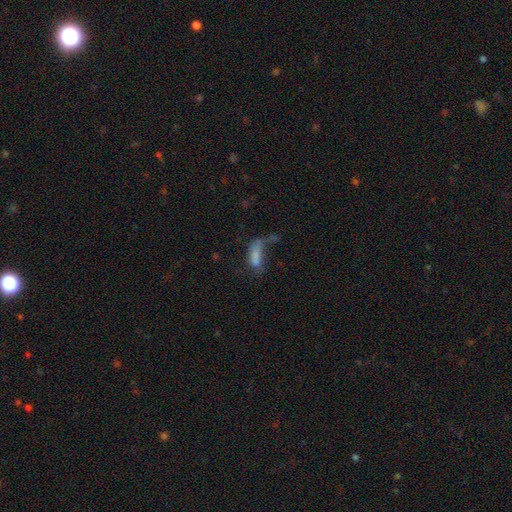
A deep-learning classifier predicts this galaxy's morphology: type=smooth (68%); roundness=in between (66%); merging=major disturbance (37%).